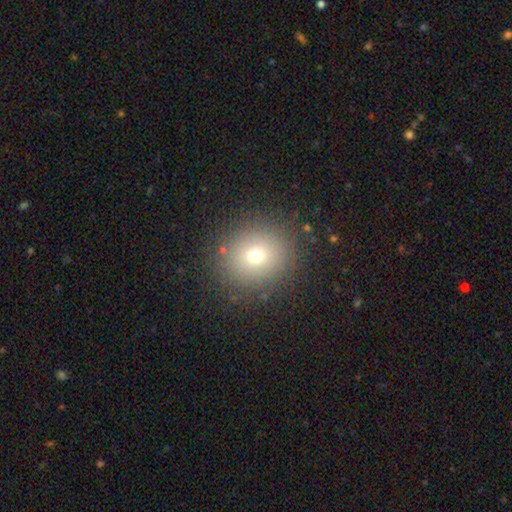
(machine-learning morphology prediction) Smooth or featured? Predicted: smooth (p=0.70). How rounded? Predicted: round (p=0.82). Merging? Predicted: none (p=0.87).